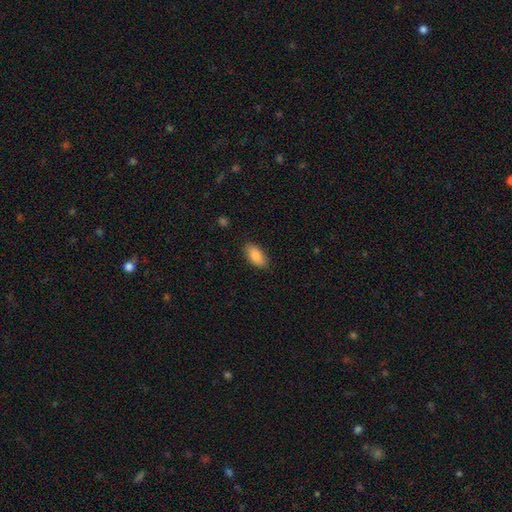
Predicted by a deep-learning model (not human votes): smooth_or_featured: smooth (p=0.87) [alt: featured or disk p=0.07]
how_rounded: in between (p=0.90) [alt: cigar-shaped p=0.07]
merging: none (p=0.87) [alt: minor disturbance p=0.10]